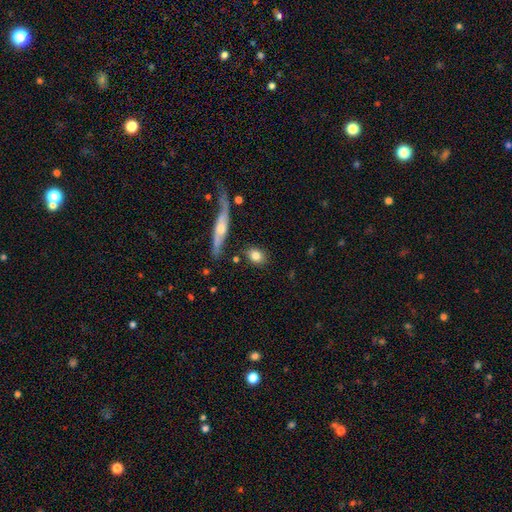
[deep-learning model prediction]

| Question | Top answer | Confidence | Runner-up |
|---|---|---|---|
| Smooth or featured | smooth | 79% | featured or disk (13%) |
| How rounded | in between | 47% | tied: round (47%) |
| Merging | none | 81% | minor disturbance (11%) |